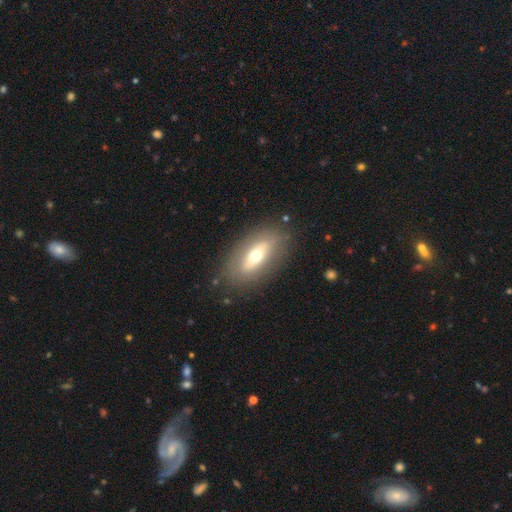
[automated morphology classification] Smooth or featured? Predicted: smooth (p=0.50). How rounded? Predicted: in between (p=0.79). Merging? Predicted: none (p=0.82).